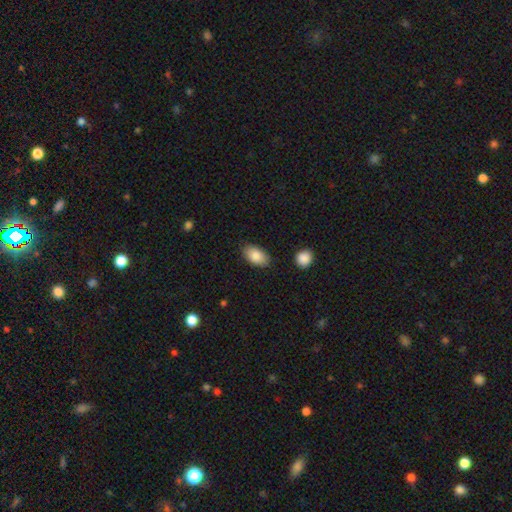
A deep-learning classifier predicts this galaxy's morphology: smooth 84%, featured or disk 9%, star or artifact 7%. Down the decision tree: how rounded — in between (92%); merging — none (84%).